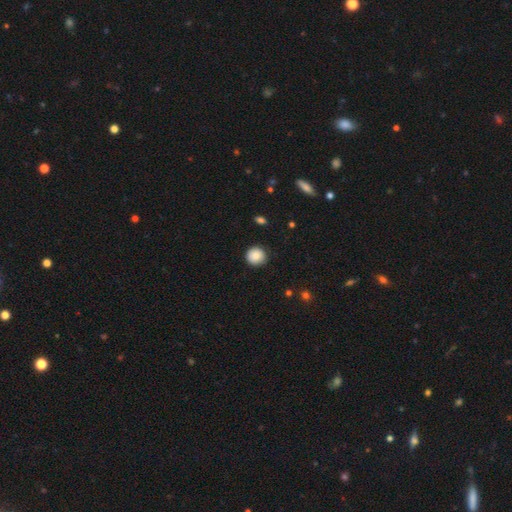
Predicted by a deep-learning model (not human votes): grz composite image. It shows a smooth galaxy with no disk features (83%) that is round (94%). Merging: none (90%).